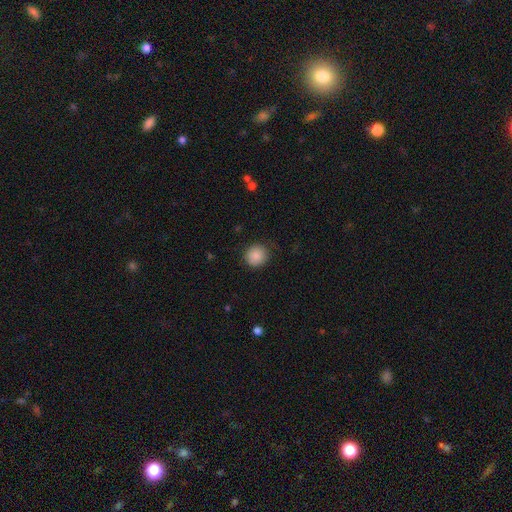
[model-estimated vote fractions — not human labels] This is clearly a smooth galaxy (87%). How rounded: clearly round (89%). Merging: clearly none (83%).